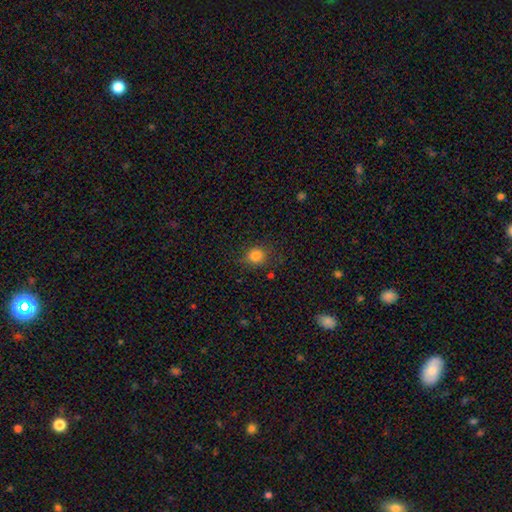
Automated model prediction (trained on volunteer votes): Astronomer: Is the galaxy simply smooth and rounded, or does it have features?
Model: smooth — 82%.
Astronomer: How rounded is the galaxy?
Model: round — 82%.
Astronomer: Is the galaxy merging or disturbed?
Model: none — 82%.